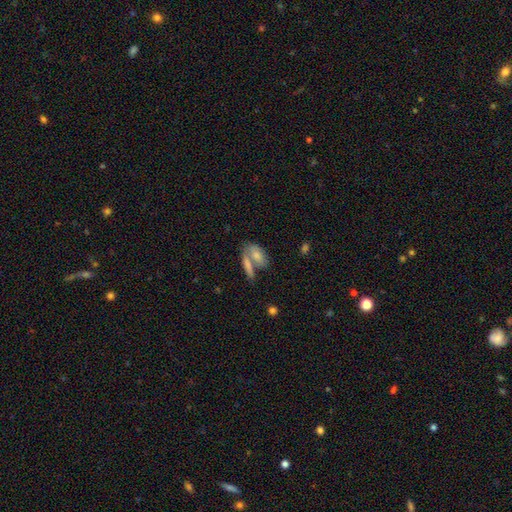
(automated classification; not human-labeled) smooth_or_featured: smooth (p=0.74) [alt: featured or disk p=0.20]
how_rounded: in between (p=0.81) [alt: cigar-shaped p=0.14]
merging: merger (p=0.49) [alt: none p=0.36]